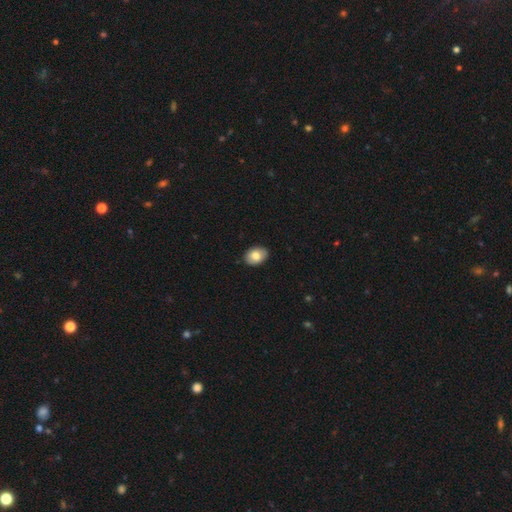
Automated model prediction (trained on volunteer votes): smooth 81%, featured or disk 12%, star or artifact 7%. Down the decision tree: how rounded — in between (80%); merging — none (89%).